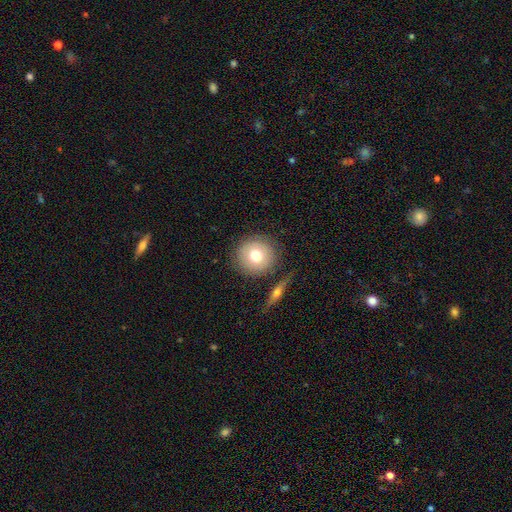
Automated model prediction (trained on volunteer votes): smooth-or-featured: smooth: 74% | featured or disk: 18% | star or artifact: 9%
  how-rounded: round: 92% | in between: 7% | cigar-shaped: 1%
  merging: none: 80% | minor disturbance: 10% | merger: 7% | major disturbance: 4%